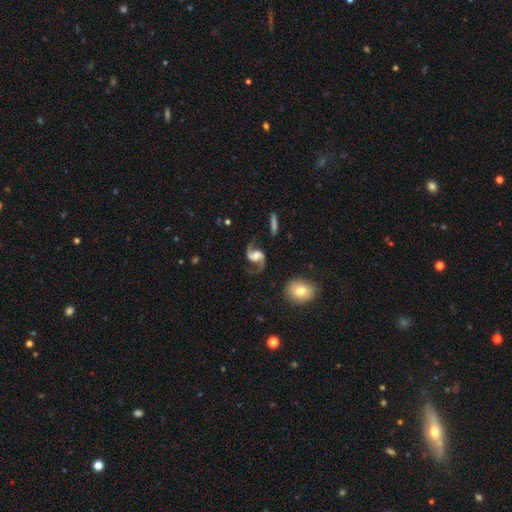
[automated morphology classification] Smooth or featured? featured or disk (90%)
Edge-on disk? no (97%)
Bar? no (43%)
Spiral arms? yes (98%)
Spiral winding? loose (58%)
Spiral arm count? 2 (94%)
Bulge size? moderate (52%)
Merging? none (77%)